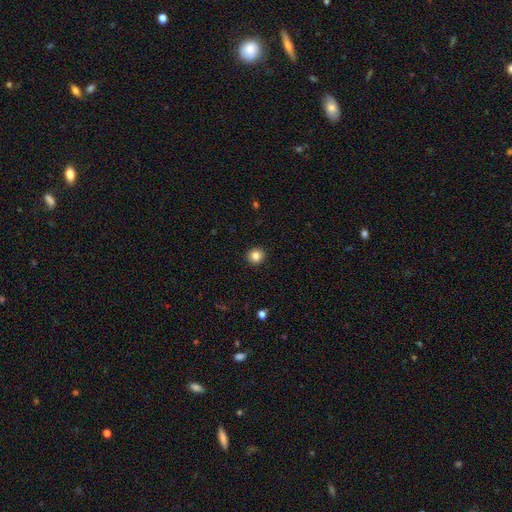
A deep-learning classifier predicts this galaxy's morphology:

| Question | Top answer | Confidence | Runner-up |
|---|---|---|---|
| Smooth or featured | smooth | 84% | star or artifact (10%) |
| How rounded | round | 92% | in between (7%) |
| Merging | none | 93% | minor disturbance (5%) |